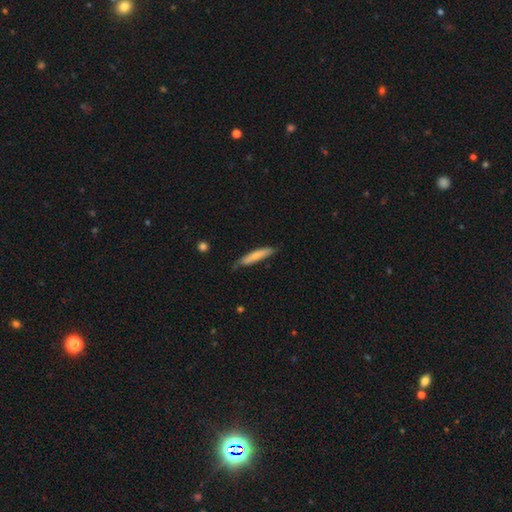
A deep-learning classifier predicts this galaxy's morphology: The model was most divided on "smooth or featured": smooth: 70%, featured or disk: 25%, star or artifact: 5%. More confident: how rounded — cigar-shaped (91%); merging — none (77%).